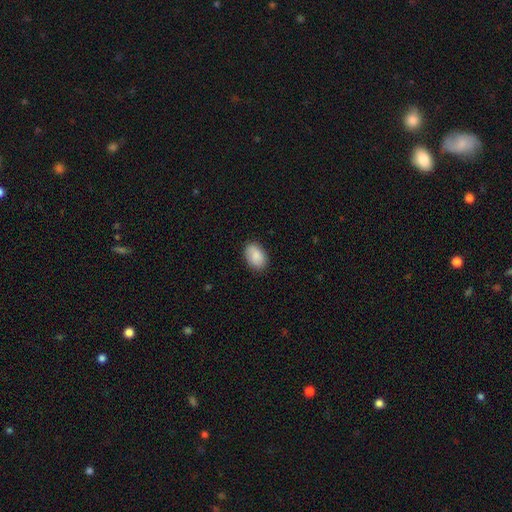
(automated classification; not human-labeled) Q: Smooth or featured?
A: smooth (87%); runner-up: star or artifact (6%)
Q: How rounded?
A: in between (87%); runner-up: round (12%)
Q: Merging?
A: none (85%); runner-up: minor disturbance (11%)